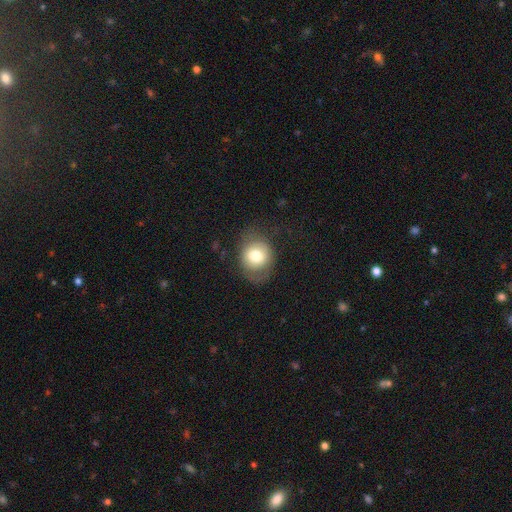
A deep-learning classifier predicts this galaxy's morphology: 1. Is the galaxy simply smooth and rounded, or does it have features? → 73% smooth, 19% featured or disk, 8% star or artifact.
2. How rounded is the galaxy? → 69% round, 30% in between, 1% cigar-shaped.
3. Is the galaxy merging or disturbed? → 64% none, 22% minor disturbance, 13% major disturbance, 1% merger.